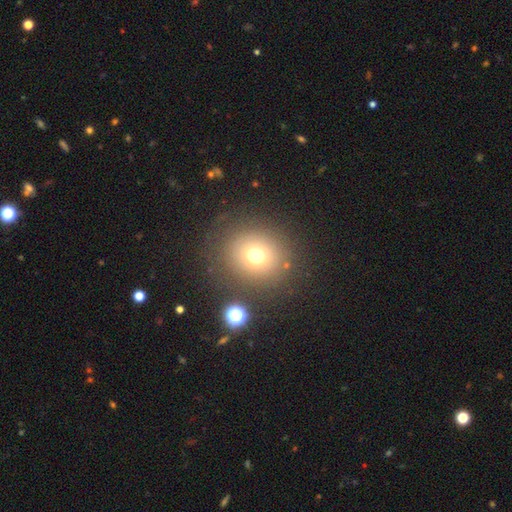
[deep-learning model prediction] The model was most divided on "smooth or featured": smooth: 70%, star or artifact: 18%, featured or disk: 12%. More confident: how rounded — round (83%); merging — none (80%).